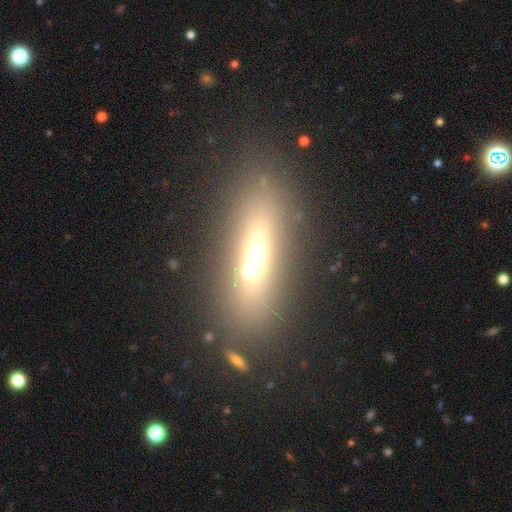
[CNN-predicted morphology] This is possibly a smooth galaxy (49%). Merging: likely none (61%).